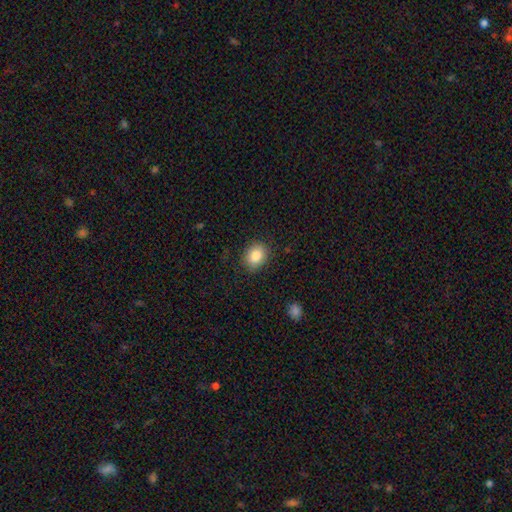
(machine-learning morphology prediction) Smooth or featured? Predicted: smooth (p=0.86). How rounded? Predicted: in between (p=0.50). Merging? Predicted: none (p=0.87).